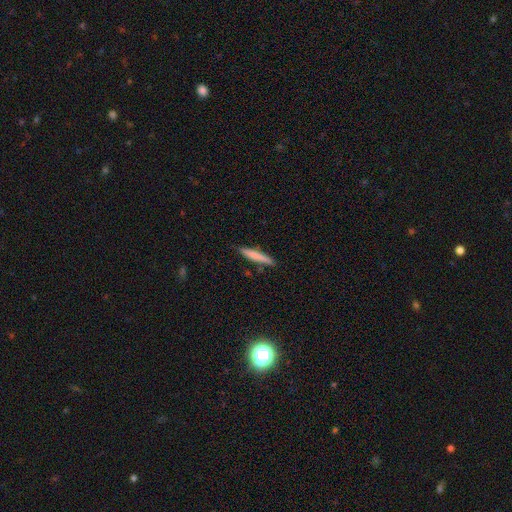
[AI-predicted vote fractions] Overall: smooth (73%). How rounded: cigar-shaped (93%). Merging: none (83%).